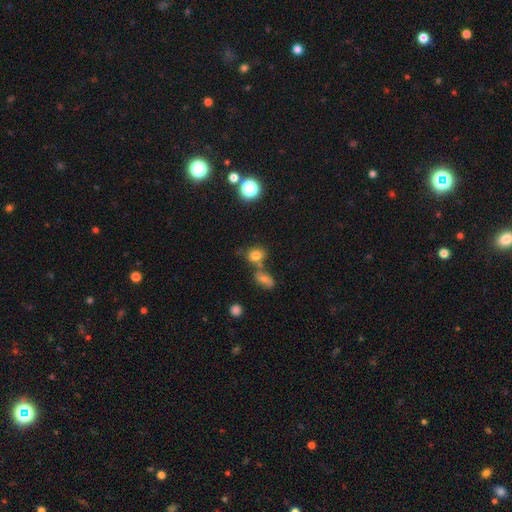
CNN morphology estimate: Smooth or featured?
  - smooth: 77% *
  - star or artifact: 15%
  - featured or disk: 8%
How rounded?
  - round: 66% *
  - in between: 32%
  - cigar-shaped: 2%
Merging?
  - none: 55% *
  - merger: 29%
  - minor disturbance: 12%
  - major disturbance: 5%